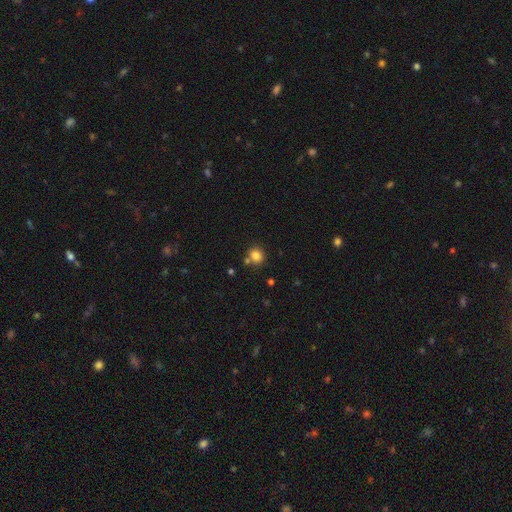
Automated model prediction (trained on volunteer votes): Smooth or featured?
  - smooth: 82% *
  - star or artifact: 12%
  - featured or disk: 6%
How rounded?
  - round: 74% *
  - in between: 25%
  - cigar-shaped: 1%
Merging?
  - none: 70% *
  - merger: 16%
  - minor disturbance: 11%
  - major disturbance: 3%